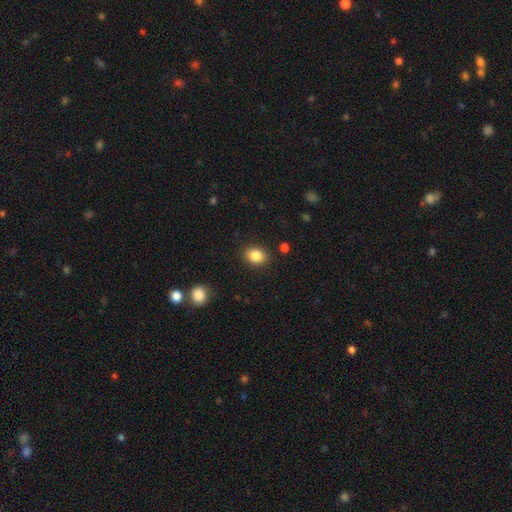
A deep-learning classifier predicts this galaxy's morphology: Smooth or featured?
  - smooth: 86% *
  - star or artifact: 9%
  - featured or disk: 5%
How rounded?
  - in between: 63% *
  - round: 36%
  - cigar-shaped: 1%
Merging?
  - none: 87% *
  - minor disturbance: 9%
  - major disturbance: 2%
  - merger: 2%